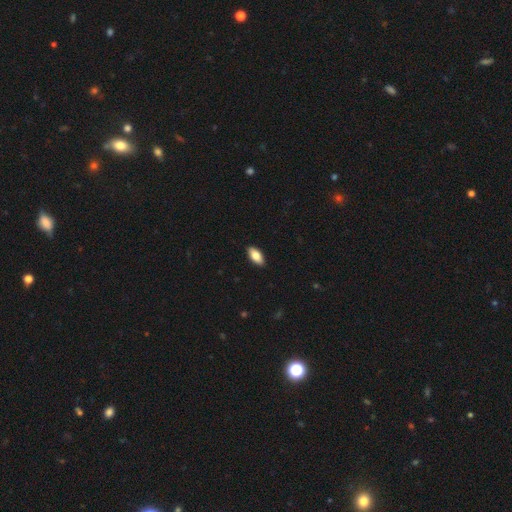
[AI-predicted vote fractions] Q: Smooth or featured?
A: smooth (83%); runner-up: featured or disk (11%)
Q: How rounded?
A: in between (91%); runner-up: cigar-shaped (7%)
Q: Merging?
A: none (90%); runner-up: minor disturbance (7%)